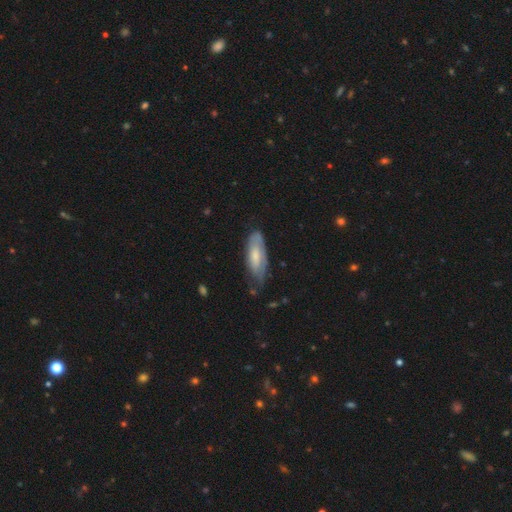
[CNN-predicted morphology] Overall: smooth (52%; featured or disk 42%). How rounded: in between (68%; cigar-shaped 30%). Merging: none (55%; minor disturbance 33%).